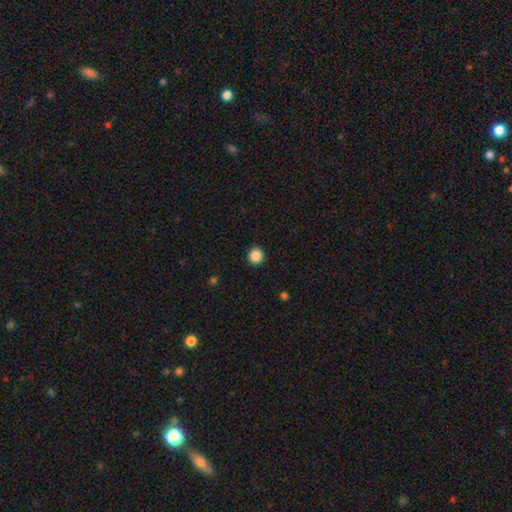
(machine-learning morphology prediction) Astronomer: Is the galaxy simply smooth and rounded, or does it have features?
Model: smooth — 87%.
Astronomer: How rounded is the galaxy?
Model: round — 94%.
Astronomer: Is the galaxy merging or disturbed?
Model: none — 93%.